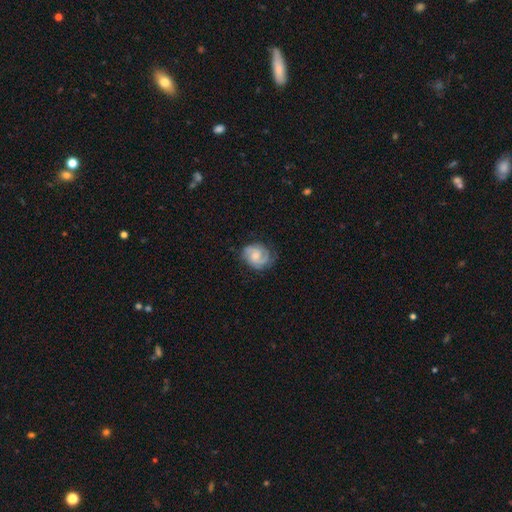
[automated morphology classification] smooth_or_featured: featured or disk (p=0.75) [alt: smooth p=0.19]
disk_edge_on: no (p=0.98) [alt: yes p=0.02]
bar: no (p=0.57) [alt: weak p=0.37]
has_spiral_arms: yes (p=0.95) [alt: no p=0.05]
spiral_winding: tight (p=0.48) [alt: medium p=0.41]
spiral_arm_count: 2 (p=0.66) [alt: can't tell p=0.12]
bulge_size: small (p=0.44) [alt: moderate p=0.42]
merging: none (p=0.70) [alt: minor disturbance p=0.21]